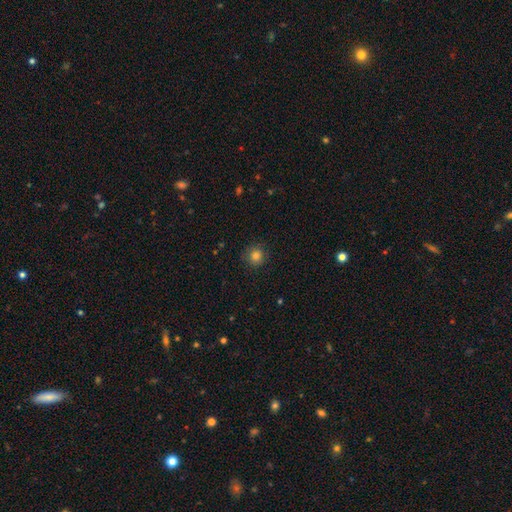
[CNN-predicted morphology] smooth-or-featured: smooth: 82% | star or artifact: 12% | featured or disk: 6%
  how-rounded: round: 92% | in between: 7% | cigar-shaped: 1%
  merging: none: 87% | minor disturbance: 10% | major disturbance: 3% | merger: 1%